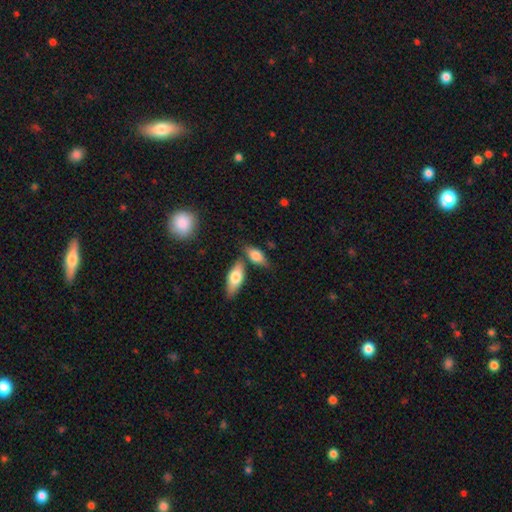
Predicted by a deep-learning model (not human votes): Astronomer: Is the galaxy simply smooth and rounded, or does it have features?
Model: smooth — 75%.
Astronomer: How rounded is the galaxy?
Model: in between — 80%.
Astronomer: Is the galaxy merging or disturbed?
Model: none — 60%.